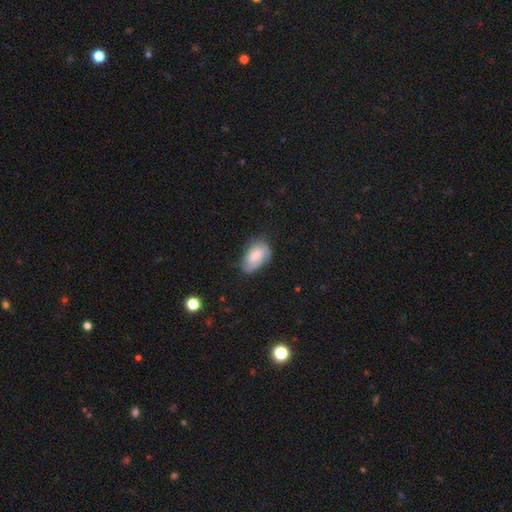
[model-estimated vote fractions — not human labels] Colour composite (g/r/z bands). It shows a featured or disk galaxy (56%) with no bar (61%), spiral arms (89%) and a small central bulge (43%). Merging: none (64%).